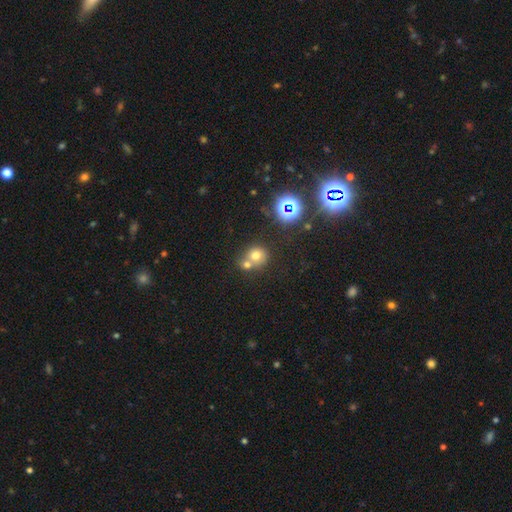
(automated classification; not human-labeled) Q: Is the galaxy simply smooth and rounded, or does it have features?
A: smooth — 68%.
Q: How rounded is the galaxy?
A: round — 83%.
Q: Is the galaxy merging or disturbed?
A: merger — 48%.